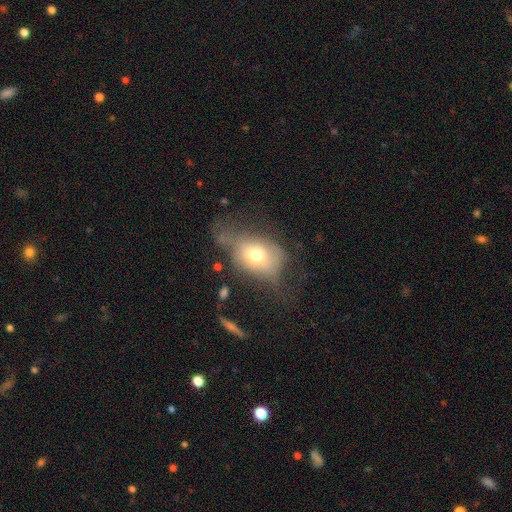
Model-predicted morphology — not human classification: Overall: smooth (61%; featured or disk 29%). How rounded: in between (69%; round 29%). Merging: major disturbance (36%; none 31%).